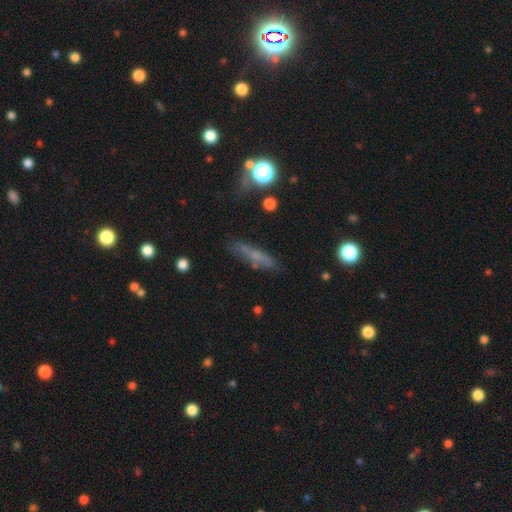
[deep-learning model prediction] Smooth or featured? smooth (53%)
How rounded? cigar-shaped (74%)
Merging? none (69%)